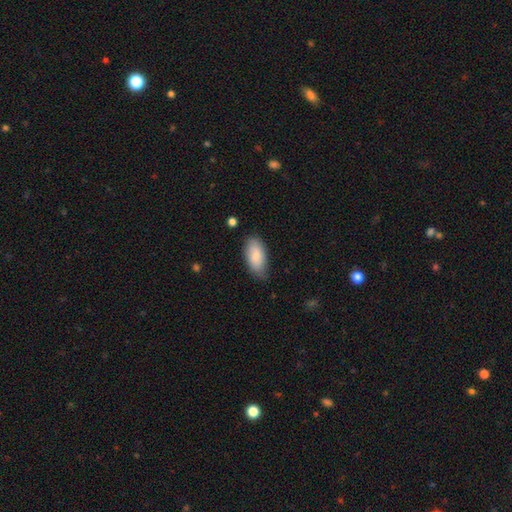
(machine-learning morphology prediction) Smooth or featured?
  - smooth: 84% *
  - featured or disk: 10%
  - star or artifact: 6%
How rounded?
  - in between: 92% *
  - cigar-shaped: 6%
  - round: 2%
Merging?
  - none: 70% *
  - minor disturbance: 25%
  - major disturbance: 4%
  - merger: 2%